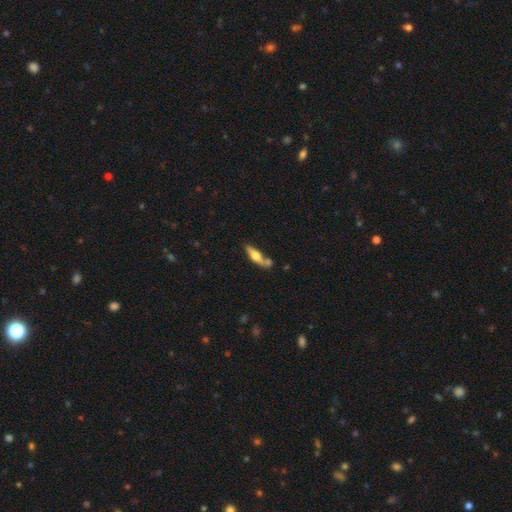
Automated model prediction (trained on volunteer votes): Smooth or featured? featured or disk (52%)
Edge-on disk? yes (89%)
Merging? none (59%)